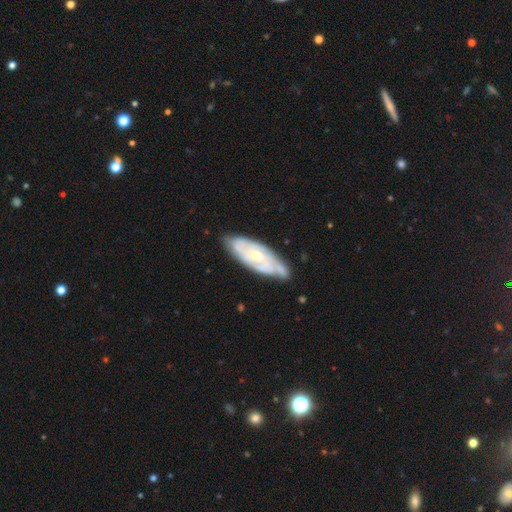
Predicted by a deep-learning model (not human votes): smooth_or_featured: featured or disk (p=0.77) [alt: smooth p=0.18]
disk_edge_on: no (p=0.87) [alt: yes p=0.13]
bar: no (p=0.69) [alt: weak p=0.26]
has_spiral_arms: yes (p=0.87) [alt: no p=0.13]
spiral_winding: tight (p=0.67) [alt: medium p=0.27]
spiral_arm_count: can't tell (p=0.45) [alt: 2 p=0.28]
bulge_size: small (p=0.50) [alt: moderate p=0.47]
merging: none (p=0.70) [alt: minor disturbance p=0.22]